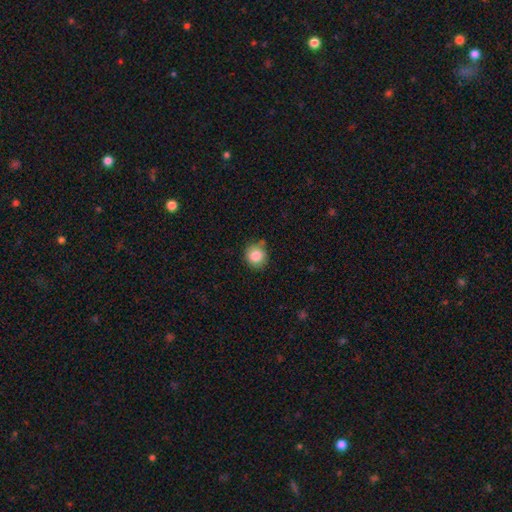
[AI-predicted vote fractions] The model was most divided on "merging": none: 77%, minor disturbance: 16%, merger: 3%, major disturbance: 3%. More confident: how rounded — round (91%); smooth or featured — smooth (85%).